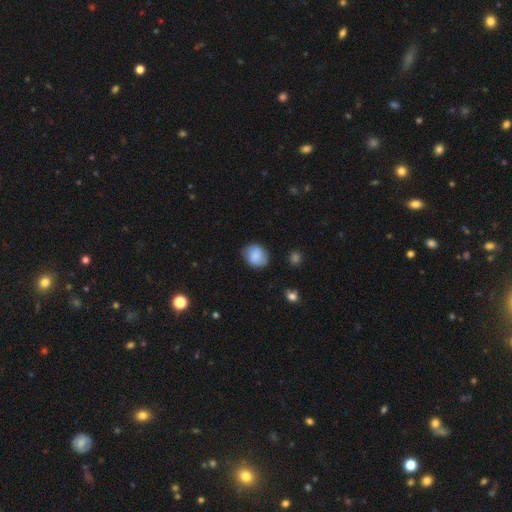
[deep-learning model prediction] smooth_or_featured: smooth (p=0.80) [alt: featured or disk p=0.12]
how_rounded: round (p=0.62) [alt: in between p=0.37]
merging: none (p=0.76) [alt: minor disturbance p=0.18]